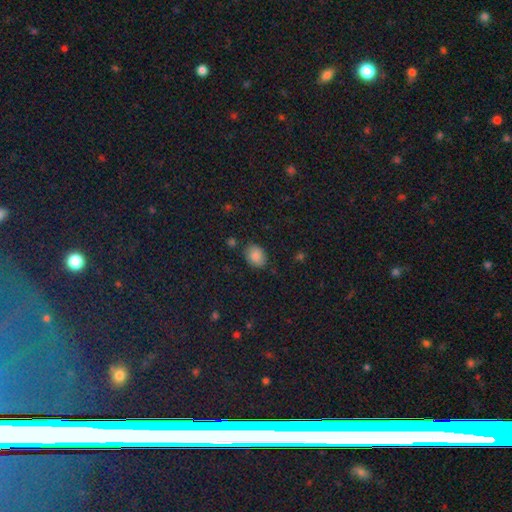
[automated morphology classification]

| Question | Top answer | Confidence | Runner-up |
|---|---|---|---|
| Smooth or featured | smooth | 84% | star or artifact (11%) |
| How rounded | in between | 64% | round (35%) |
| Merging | none | 80% | minor disturbance (14%) |